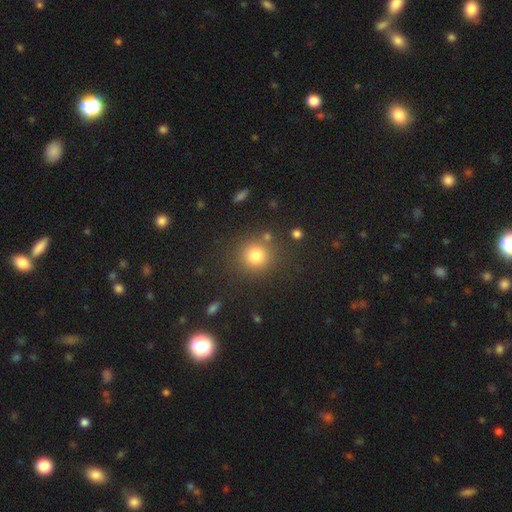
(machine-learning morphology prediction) smooth_or_featured: smooth (p=0.80) [alt: star or artifact p=0.13]
how_rounded: round (p=0.90) [alt: in between p=0.09]
merging: none (p=0.81) [alt: minor disturbance p=0.09]